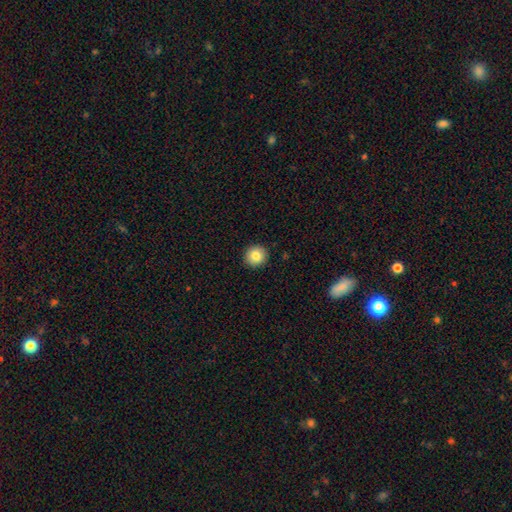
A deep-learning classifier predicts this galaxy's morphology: smooth_or_featured: smooth (p=0.84) [alt: star or artifact p=0.09]
how_rounded: round (p=0.93) [alt: in between p=0.06]
merging: none (p=0.92) [alt: minor disturbance p=0.05]